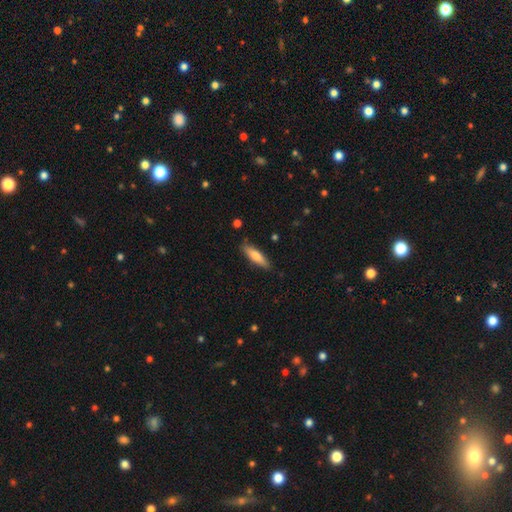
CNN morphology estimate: The model was most divided on "how rounded": cigar-shaped: 68%, in between: 31%, round: 2%. More confident: merging — none (85%); smooth or featured — smooth (72%).